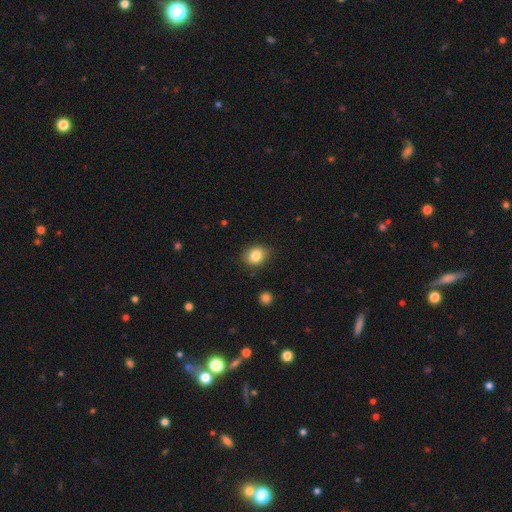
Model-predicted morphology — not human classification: Smooth or featured?
  - smooth: 84% *
  - star or artifact: 10%
  - featured or disk: 6%
How rounded?
  - round: 58% *
  - in between: 41%
  - cigar-shaped: 1%
Merging?
  - none: 84% *
  - minor disturbance: 12%
  - major disturbance: 3%
  - merger: 2%